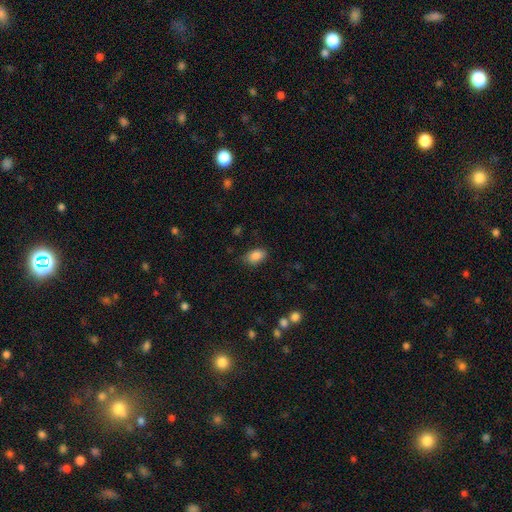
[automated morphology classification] smooth-or-featured: smooth: 87% | star or artifact: 8% | featured or disk: 5%
  how-rounded: in between: 88% | round: 10% | cigar-shaped: 2%
  merging: none: 81% | minor disturbance: 15% | major disturbance: 3% | merger: 1%